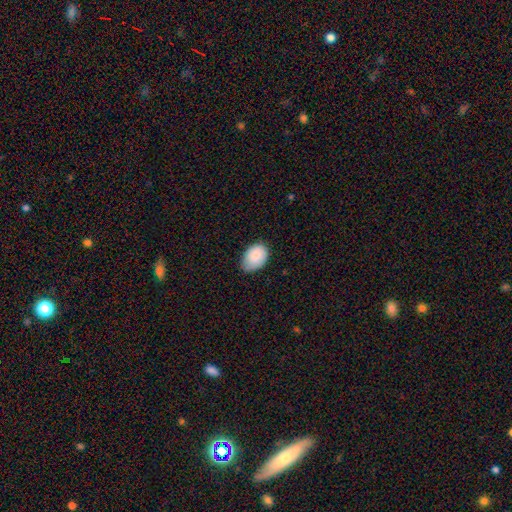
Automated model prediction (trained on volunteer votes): A smooth galaxy with no disk features (87%) that is in between round and cigar-shaped (85%). Merging: none (62%).